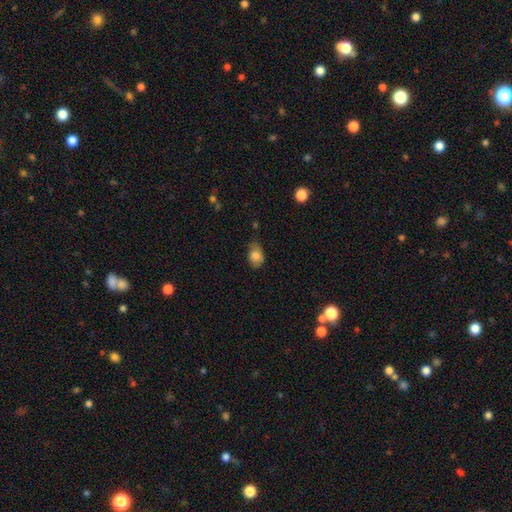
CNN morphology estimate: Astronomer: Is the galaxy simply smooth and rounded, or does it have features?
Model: smooth — 82%.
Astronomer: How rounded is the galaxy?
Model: in between — 79%.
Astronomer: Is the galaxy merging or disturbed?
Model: none — 56% (runner-up: minor disturbance, 34%).